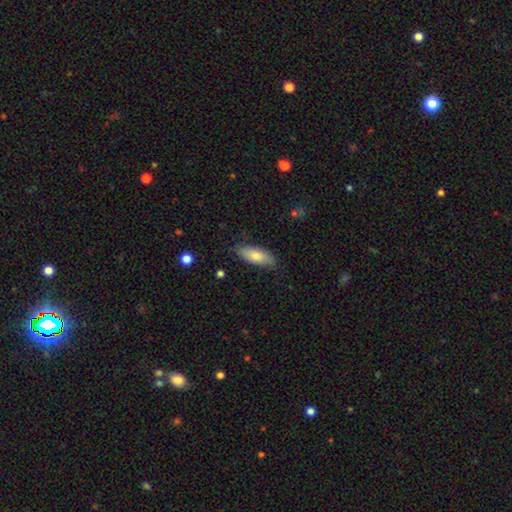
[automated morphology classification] The model was most divided on "how rounded": in between: 70%, cigar-shaped: 28%, round: 2%. More confident: merging — none (83%); smooth or featured — smooth (75%).